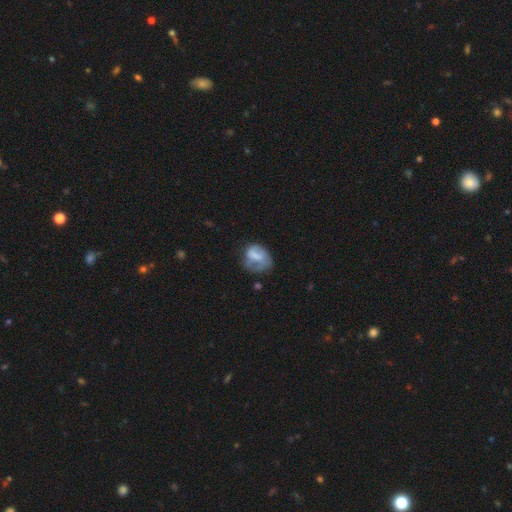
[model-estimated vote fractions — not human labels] This appears to be a smooth galaxy with no disk features (56%) that is in between round and cigar-shaped (53%). Merging: none (35%).